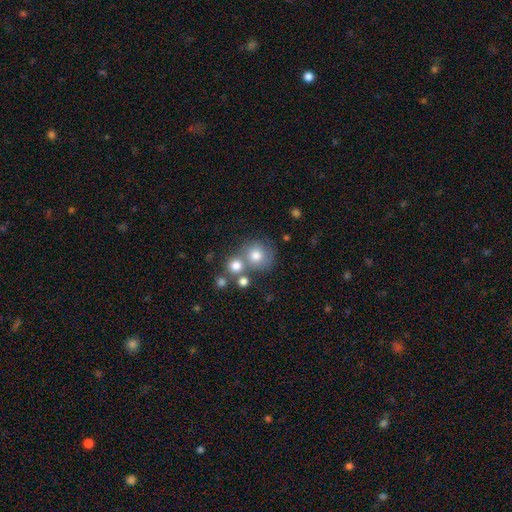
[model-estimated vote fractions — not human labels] smooth 74%, featured or disk 16%, star or artifact 11%. Down the decision tree: how rounded — round (88%); merging — none (53%).